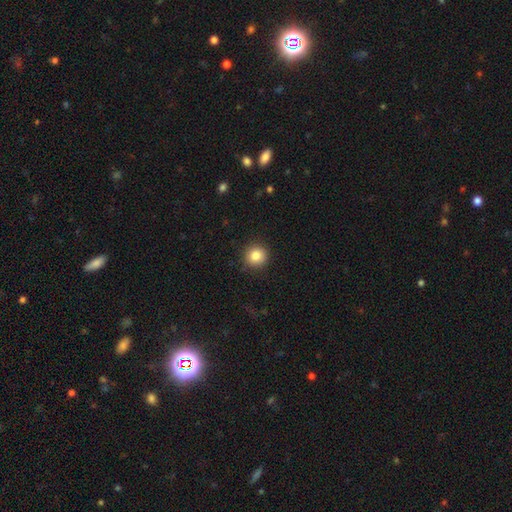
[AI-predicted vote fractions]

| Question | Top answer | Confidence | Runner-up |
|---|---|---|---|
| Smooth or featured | smooth | 84% | star or artifact (10%) |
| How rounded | round | 93% | in between (6%) |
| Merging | none | 90% | minor disturbance (6%) |